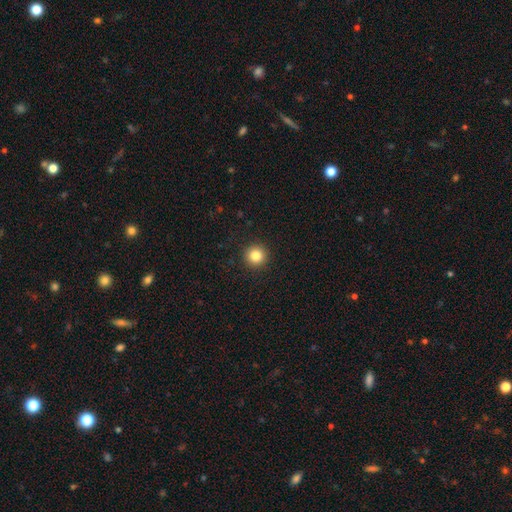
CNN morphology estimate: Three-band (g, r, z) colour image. It shows a smooth galaxy with no disk features (84%) that is round (96%). Merging: none (93%).